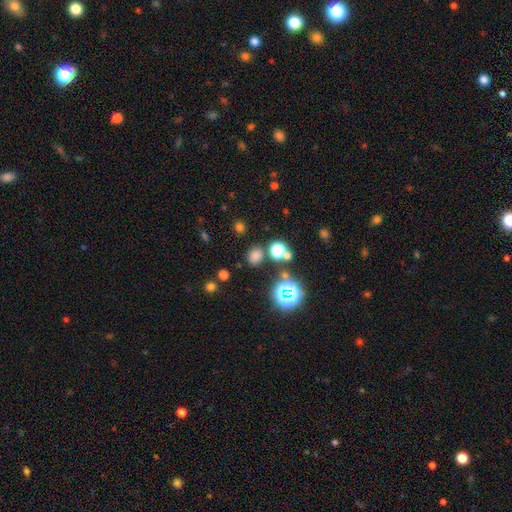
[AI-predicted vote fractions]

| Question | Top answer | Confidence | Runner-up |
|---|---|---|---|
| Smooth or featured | smooth | 65% | star or artifact (29%) |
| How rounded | round | 72% | in between (27%) |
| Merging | none | 79% | minor disturbance (10%) |